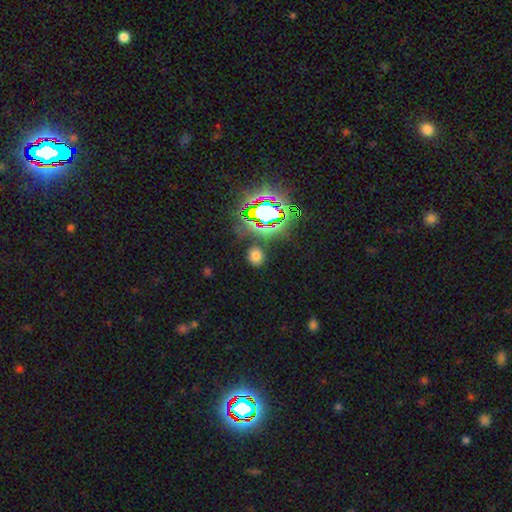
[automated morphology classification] A smooth galaxy with no disk features (65%) that is round (76%).

Vote fractions:
- Smooth or featured? smooth: 65% / star or artifact: 28% / featured or disk: 7%
- How rounded? round: 76% / in between: 23% / cigar-shaped: 1%
- Merging? none: 84% / minor disturbance: 9% / major disturbance: 3% / merger: 3%